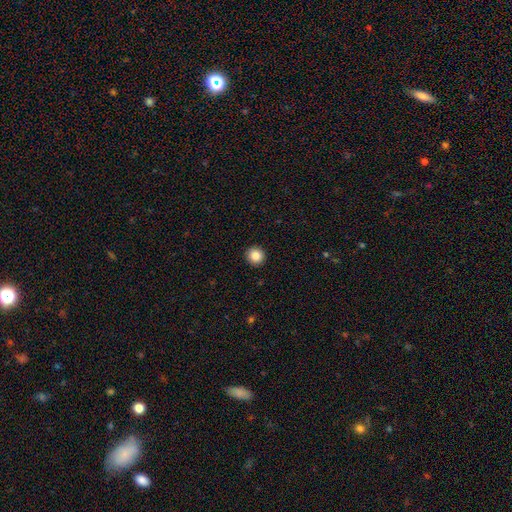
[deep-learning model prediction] A smooth galaxy with no disk features (87%) that is round (94%).

Vote fractions:
- Smooth or featured? smooth: 87% / star or artifact: 9% / featured or disk: 4%
- How rounded? round: 94% / in between: 5% / cigar-shaped: 1%
- Merging? none: 93% / minor disturbance: 5% / major disturbance: 2% / merger: 1%